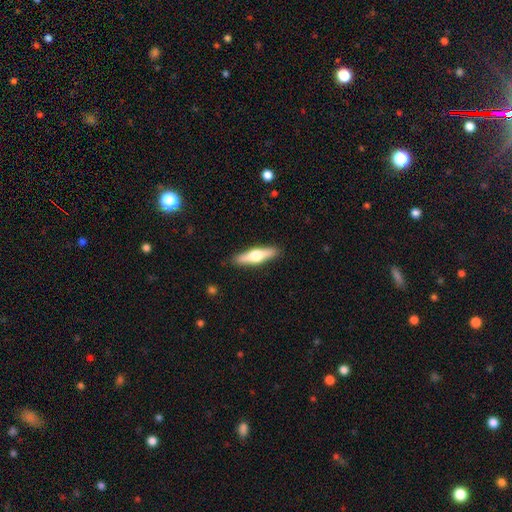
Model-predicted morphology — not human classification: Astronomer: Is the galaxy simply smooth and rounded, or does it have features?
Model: featured or disk — 50% (runner-up: smooth, 44%).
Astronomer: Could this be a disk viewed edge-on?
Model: yes — 94%.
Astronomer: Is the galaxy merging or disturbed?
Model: none — 89%.